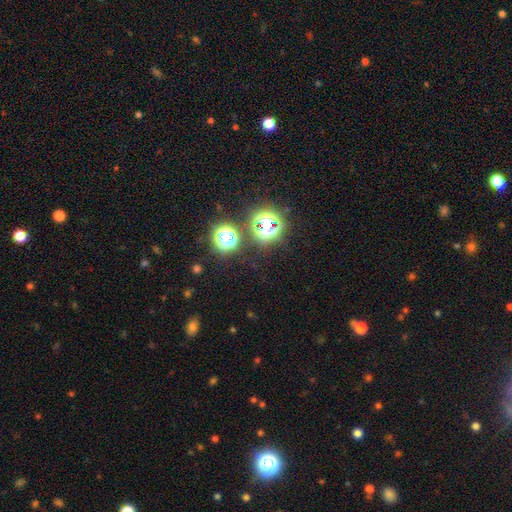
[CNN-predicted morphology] Smooth or featured?
  - star or artifact: 70% *
  - smooth: 23%
  - featured or disk: 7%